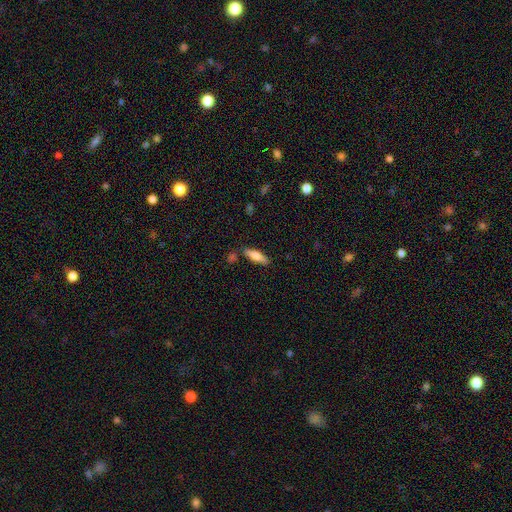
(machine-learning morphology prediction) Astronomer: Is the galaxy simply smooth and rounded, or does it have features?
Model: smooth — 73%.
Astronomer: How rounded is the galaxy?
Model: cigar-shaped — 52% (runner-up: in between, 46%).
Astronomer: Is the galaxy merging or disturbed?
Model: none — 79%.